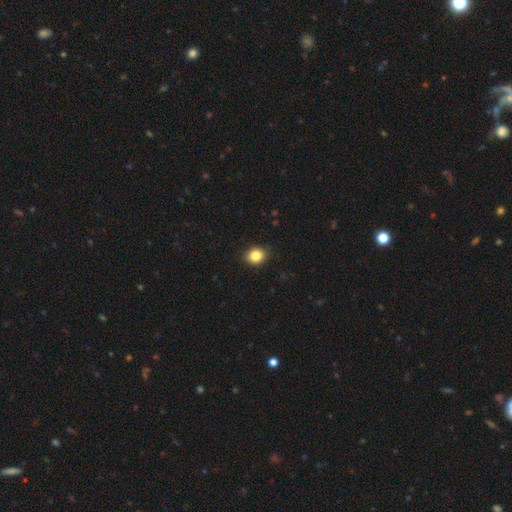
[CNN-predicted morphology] This is clearly a smooth galaxy (85%). How rounded: likely round (72%). Merging: clearly none (90%).